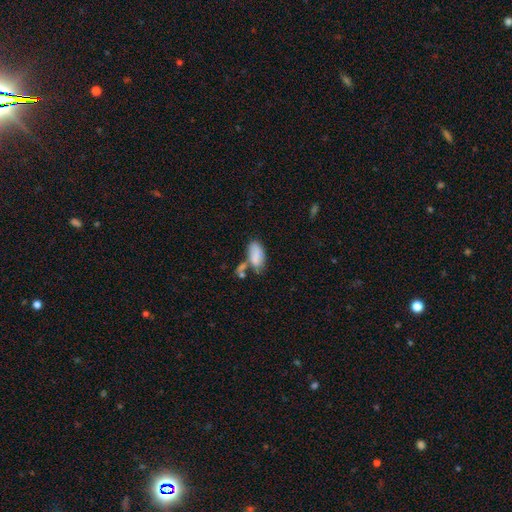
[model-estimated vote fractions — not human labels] Smooth or featured: smooth — 81% (featured or disk — 11%)
How rounded: in between — 90% (cigar-shaped — 7%)
Merging: none — 40% (merger — 26%)